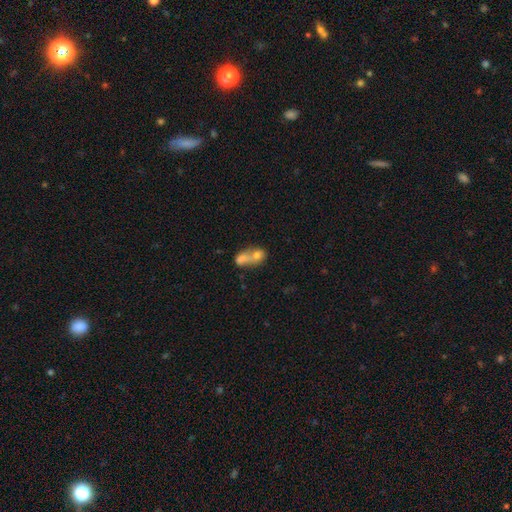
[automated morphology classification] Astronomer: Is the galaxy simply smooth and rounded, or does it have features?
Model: smooth — 67%.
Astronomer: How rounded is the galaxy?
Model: round — 49% (runner-up: in between, 48%).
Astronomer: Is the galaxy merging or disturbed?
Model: merger — 73%.